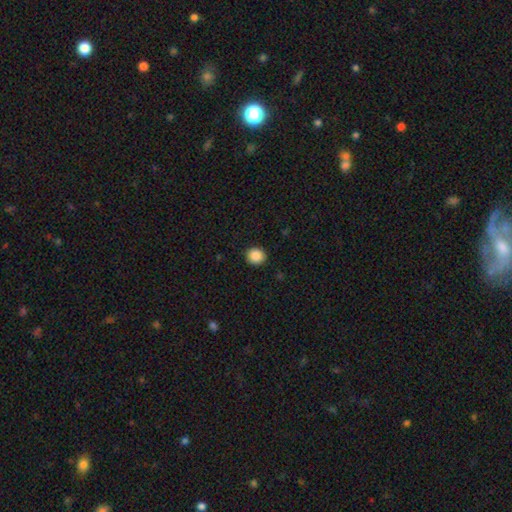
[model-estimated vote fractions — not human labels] Smooth or featured? smooth (88%)
How rounded? round (83%)
Merging? none (91%)